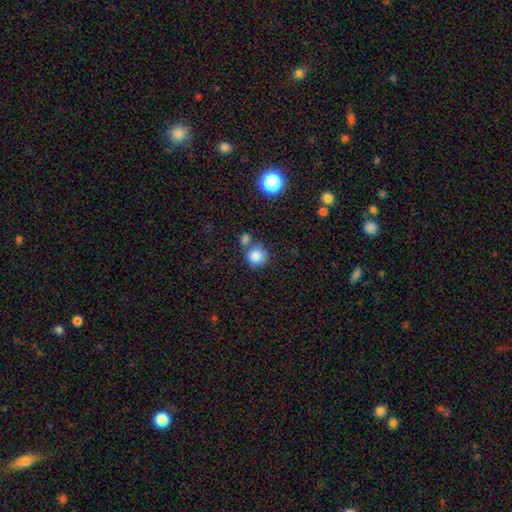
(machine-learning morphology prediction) type=smooth (82%); roundness=round (87%); merging=none (54%).